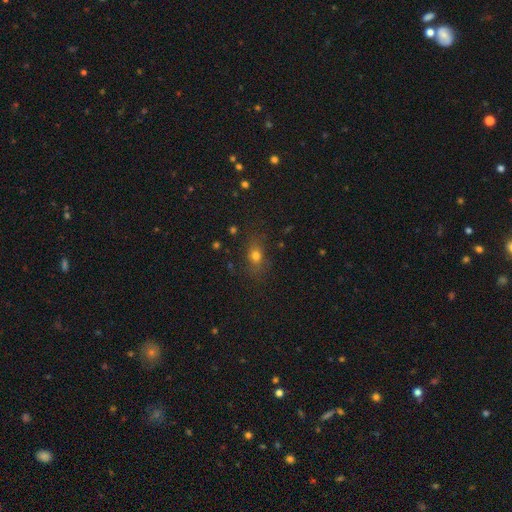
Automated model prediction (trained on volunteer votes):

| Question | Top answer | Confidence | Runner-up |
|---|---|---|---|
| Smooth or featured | smooth | 70% | star or artifact (17%) |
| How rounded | in between | 59% | round (35%) |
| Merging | none | 76% | minor disturbance (16%) |